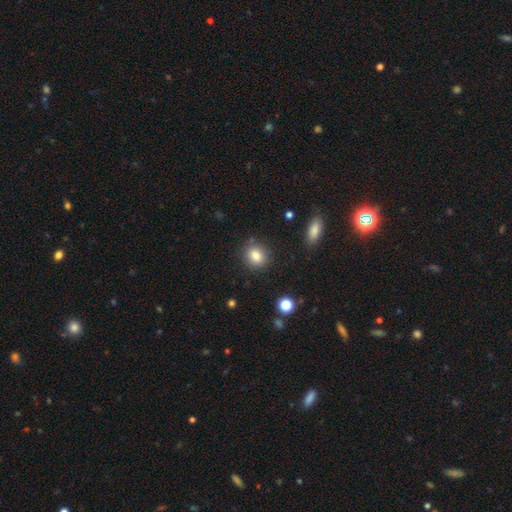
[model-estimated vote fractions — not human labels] Morphology: type=smooth (84%); roundness=round (71%); merging=none (84%).